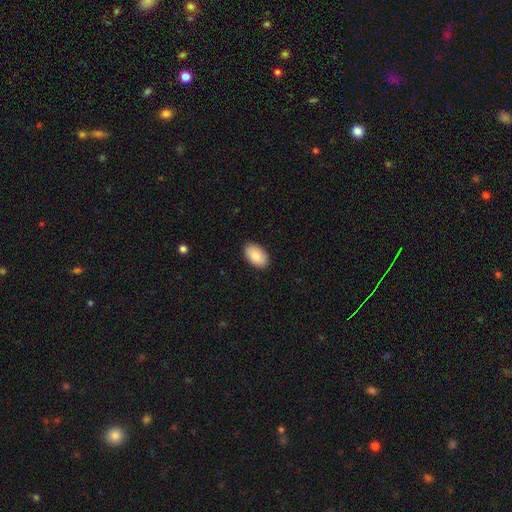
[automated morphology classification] The model was most divided on "smooth or featured": smooth: 86%, featured or disk: 8%, star or artifact: 6%. More confident: how rounded — in between (94%); merging — none (89%).